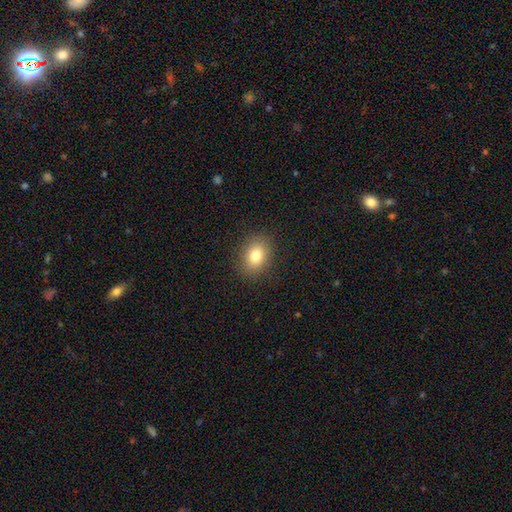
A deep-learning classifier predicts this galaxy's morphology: smooth_or_featured: smooth (p=0.80) [alt: star or artifact p=0.10]
how_rounded: in between (p=0.68) [alt: round p=0.31]
merging: none (p=0.88) [alt: minor disturbance p=0.08]